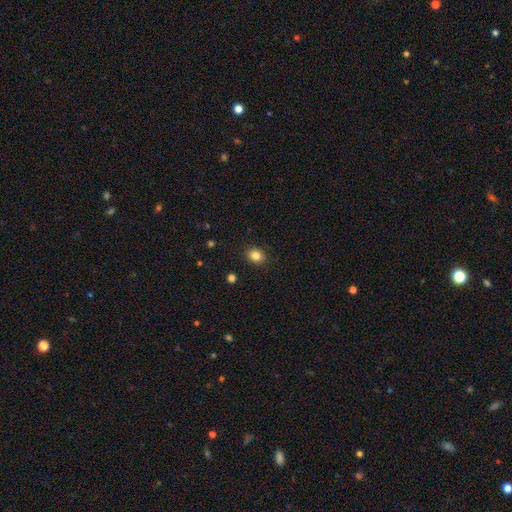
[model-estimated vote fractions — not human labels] The model was most divided on "how rounded": in between: 52%, round: 47%, cigar-shaped: 1%. More confident: merging — none (89%); smooth or featured — smooth (84%).